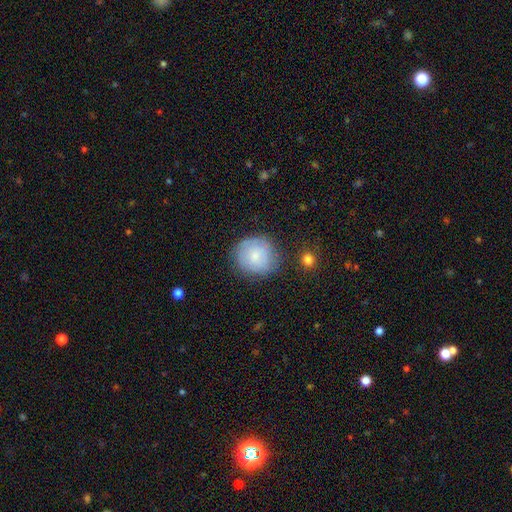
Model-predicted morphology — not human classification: Smooth or featured? Predicted: smooth (p=0.67). How rounded? Predicted: round (p=0.91). Merging? Predicted: none (p=0.73).